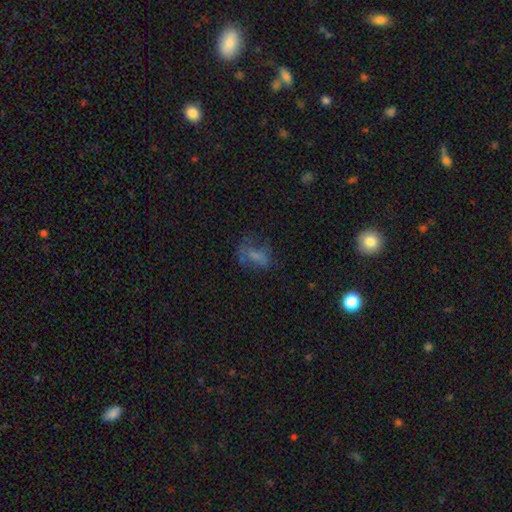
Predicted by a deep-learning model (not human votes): smooth_or_featured: smooth (p=0.53) [alt: featured or disk p=0.26]
how_rounded: in between (p=0.78) [alt: round p=0.16]
merging: none (p=0.40) [alt: major disturbance p=0.32]